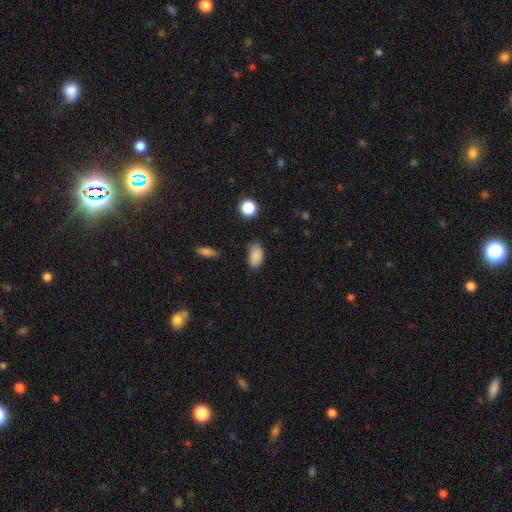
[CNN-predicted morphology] Smooth or featured? smooth (87%)
How rounded? in between (90%)
Merging? none (77%)